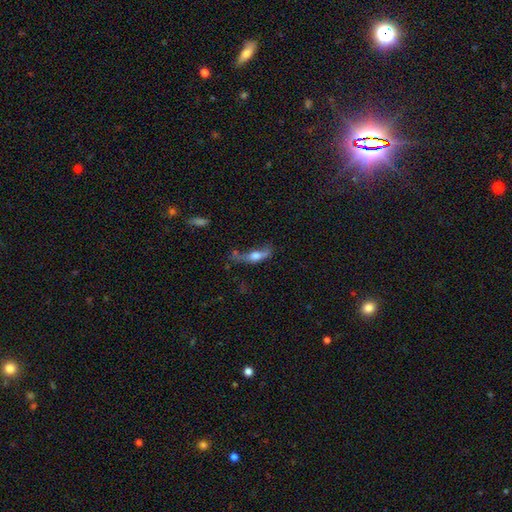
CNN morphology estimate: smooth_or_featured: smooth (p=0.54) [alt: featured or disk p=0.36]
how_rounded: in between (p=0.48) [alt: cigar-shaped p=0.46]
merging: none (p=0.32) [alt: major disturbance p=0.31]